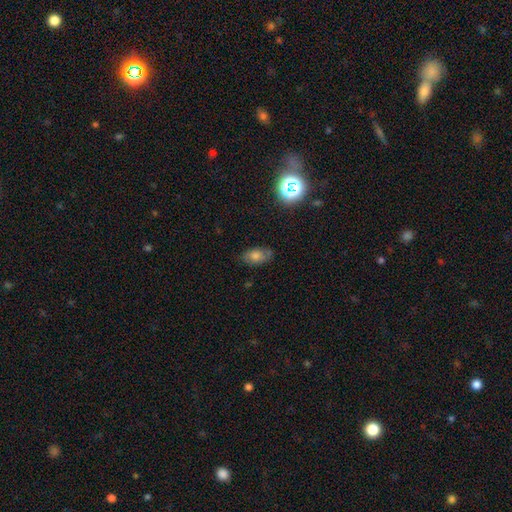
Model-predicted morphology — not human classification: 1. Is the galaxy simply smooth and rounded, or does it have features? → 68% smooth, 17% featured or disk, 15% star or artifact.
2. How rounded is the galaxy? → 87% in between, 10% round, 3% cigar-shaped.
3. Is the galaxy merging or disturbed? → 72% none, 20% minor disturbance, 5% major disturbance, 3% merger.